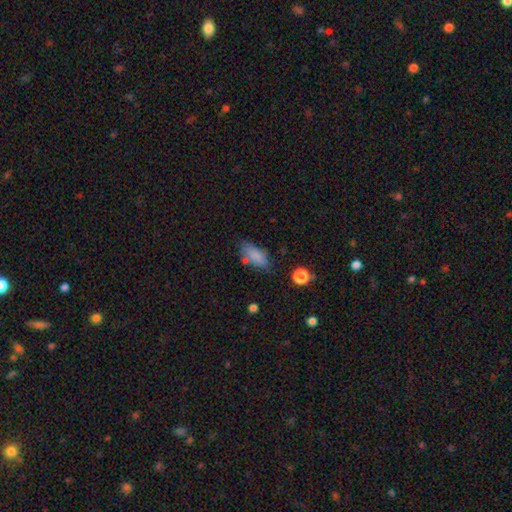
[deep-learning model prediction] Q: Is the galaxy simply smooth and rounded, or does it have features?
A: smooth — 81%.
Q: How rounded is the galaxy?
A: in between — 84%.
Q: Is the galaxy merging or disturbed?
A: none — 61%.